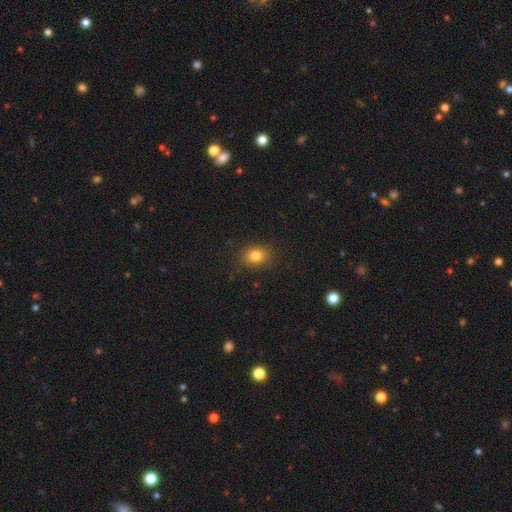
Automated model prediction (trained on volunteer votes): smooth-or-featured: smooth: 81% | star or artifact: 12% | featured or disk: 7%
  how-rounded: in between: 50% | round: 49% | cigar-shaped: 1%
  merging: none: 87% | minor disturbance: 9% | major disturbance: 3% | merger: 1%